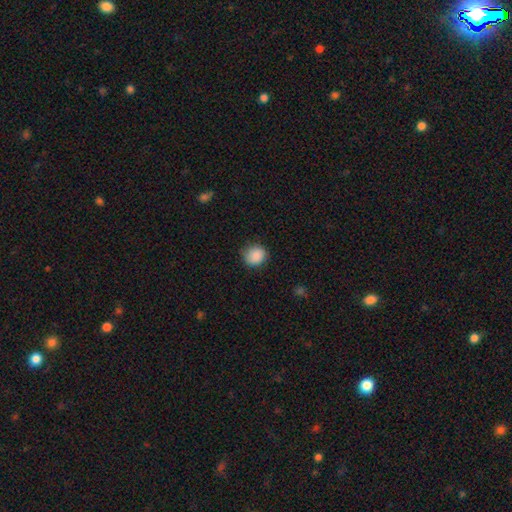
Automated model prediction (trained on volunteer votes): A smooth galaxy with no disk features (88%) that is round (83%). Merging: none (83%).